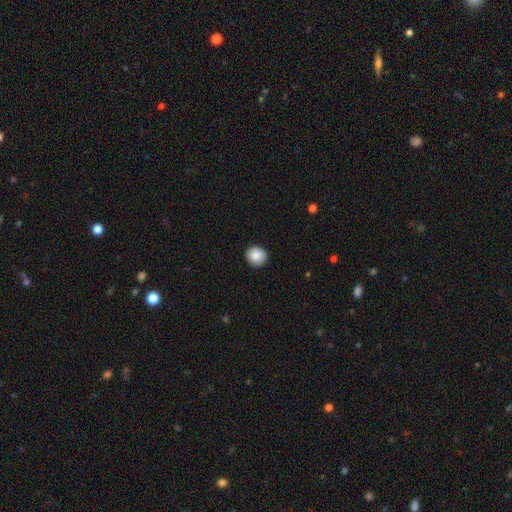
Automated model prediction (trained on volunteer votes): smooth_or_featured: smooth (p=0.86) [alt: star or artifact p=0.08]
how_rounded: round (p=0.91) [alt: in between p=0.08]
merging: none (p=0.90) [alt: minor disturbance p=0.07]